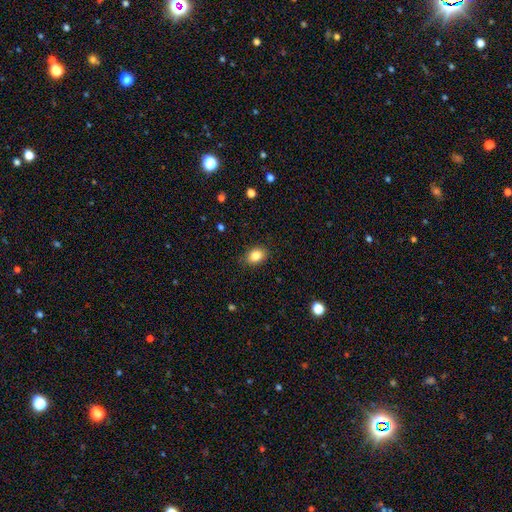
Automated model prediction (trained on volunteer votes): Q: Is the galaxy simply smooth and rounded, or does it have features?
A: smooth — 85%.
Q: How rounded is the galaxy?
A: in between — 66%.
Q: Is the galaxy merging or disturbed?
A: none — 85%.